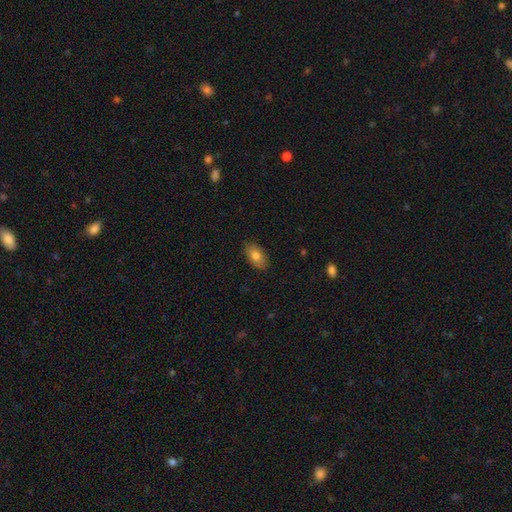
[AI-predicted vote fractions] smooth 80%, featured or disk 13%, star or artifact 7%. Down the decision tree: how rounded — in between (92%); merging — none (87%).